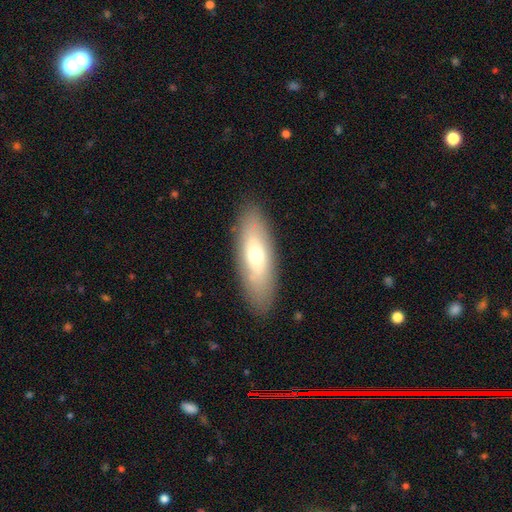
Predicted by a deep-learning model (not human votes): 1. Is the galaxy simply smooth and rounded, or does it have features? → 57% smooth, 37% featured or disk, 7% star or artifact.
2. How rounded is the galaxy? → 61% in between, 36% cigar-shaped, 3% round.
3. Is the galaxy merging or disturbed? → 87% none, 9% minor disturbance, 3% major disturbance, 1% merger.